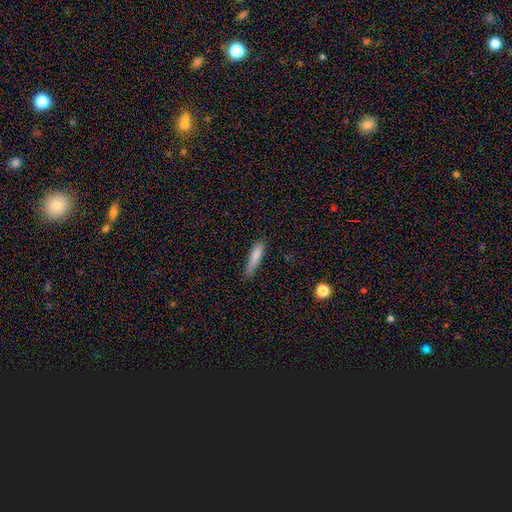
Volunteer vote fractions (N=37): This appears to be a smooth galaxy with no disk features (89%) that is cigar-shaped (94%). Merging: none (91%).